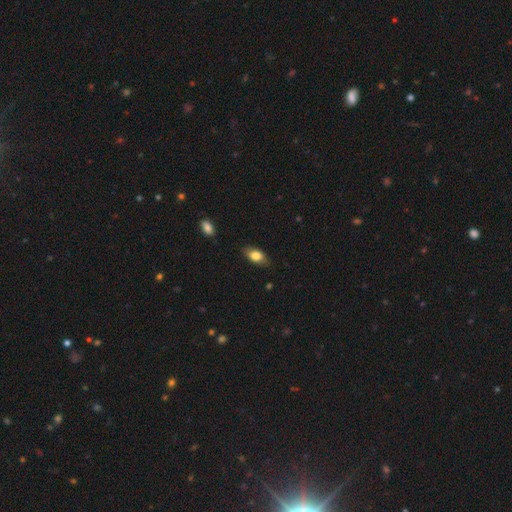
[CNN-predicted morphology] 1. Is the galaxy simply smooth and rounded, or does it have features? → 79% smooth, 15% featured or disk, 7% star or artifact.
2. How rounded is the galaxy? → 88% in between, 6% cigar-shaped, 6% round.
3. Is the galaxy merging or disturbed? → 82% none, 14% minor disturbance, 3% major disturbance, 1% merger.